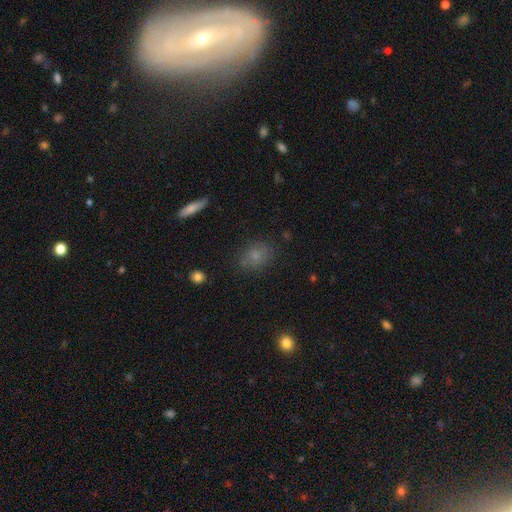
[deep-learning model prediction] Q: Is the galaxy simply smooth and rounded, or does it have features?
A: smooth — 76%.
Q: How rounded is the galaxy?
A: in between — 59%.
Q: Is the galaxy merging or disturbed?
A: none — 80%.